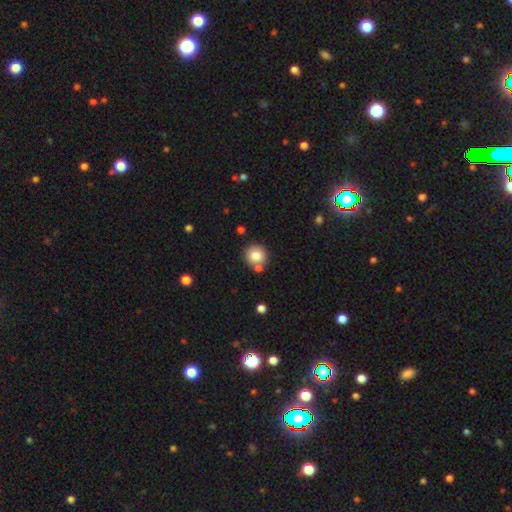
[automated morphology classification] smooth 81%, featured or disk 10%, star or artifact 10%. Down the decision tree: how rounded — round (91%); merging — none (71%).